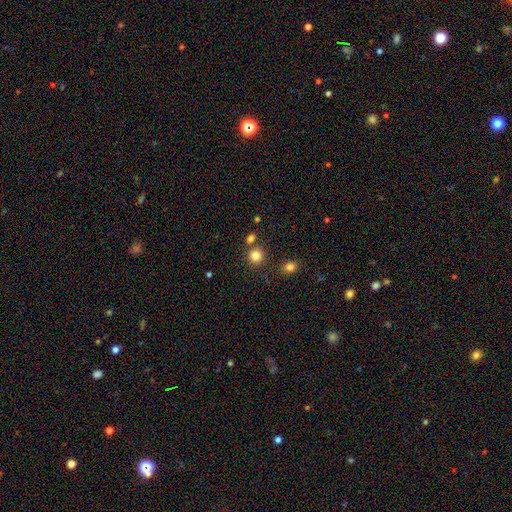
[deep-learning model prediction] smooth-or-featured: smooth: 83% | star or artifact: 12% | featured or disk: 5%
  how-rounded: round: 91% | in between: 8% | cigar-shaped: 1%
  merging: none: 78% | merger: 11% | minor disturbance: 8% | major disturbance: 3%